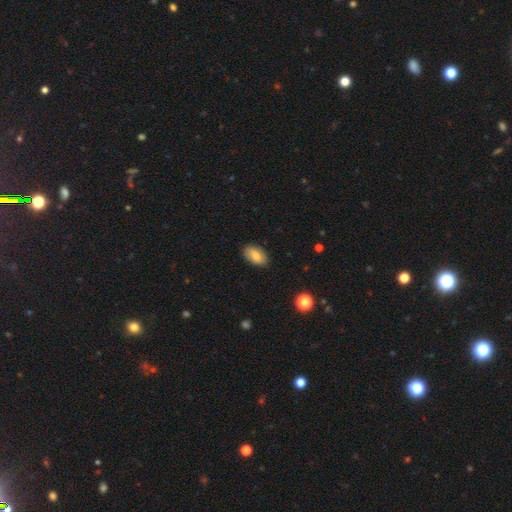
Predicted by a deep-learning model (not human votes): Smooth or featured: smooth — 82% (featured or disk — 11%)
How rounded: in between — 93% (round — 5%)
Merging: none — 86% (minor disturbance — 11%)